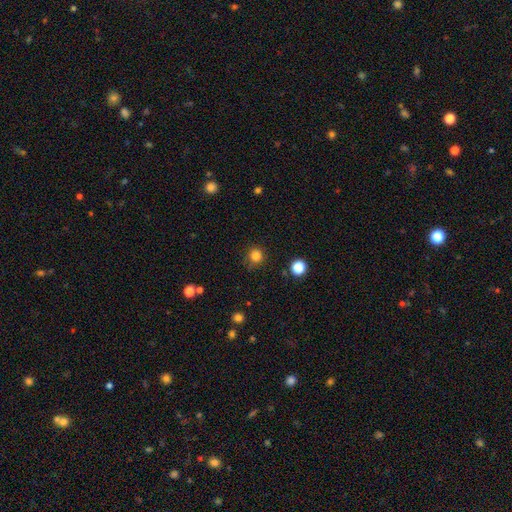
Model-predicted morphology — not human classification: smooth-or-featured: smooth: 83% | star or artifact: 13% | featured or disk: 4%
  how-rounded: round: 93% | in between: 6% | cigar-shaped: 1%
  merging: none: 84% | minor disturbance: 11% | major disturbance: 3% | merger: 2%